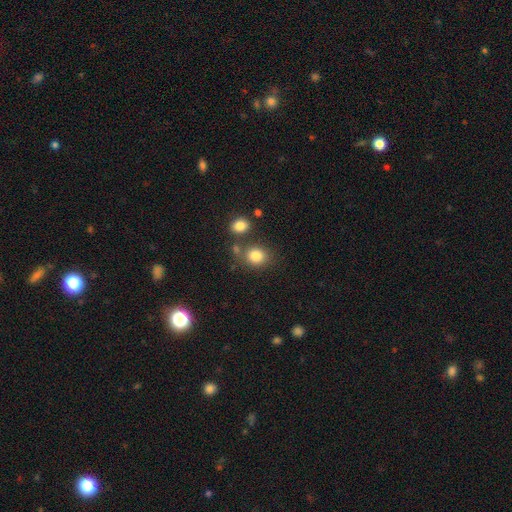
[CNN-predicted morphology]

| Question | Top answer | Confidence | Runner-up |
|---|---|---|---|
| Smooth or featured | smooth | 83% | star or artifact (11%) |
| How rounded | round | 66% | in between (33%) |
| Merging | none | 69% | merger (15%) |